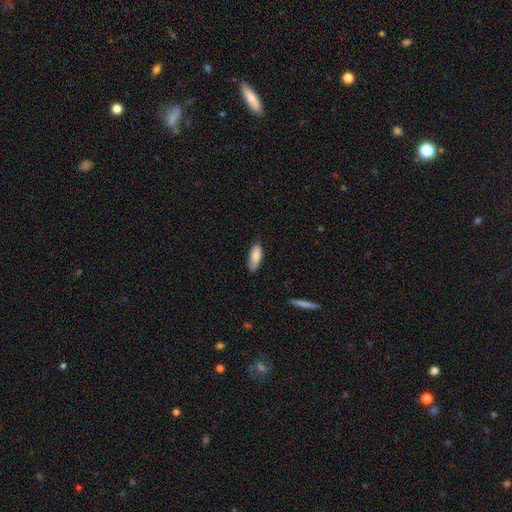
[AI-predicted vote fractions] smooth_or_featured: smooth (p=0.83) [alt: featured or disk p=0.11]
how_rounded: in between (p=0.75) [alt: cigar-shaped p=0.23]
merging: none (p=0.78) [alt: minor disturbance p=0.19]